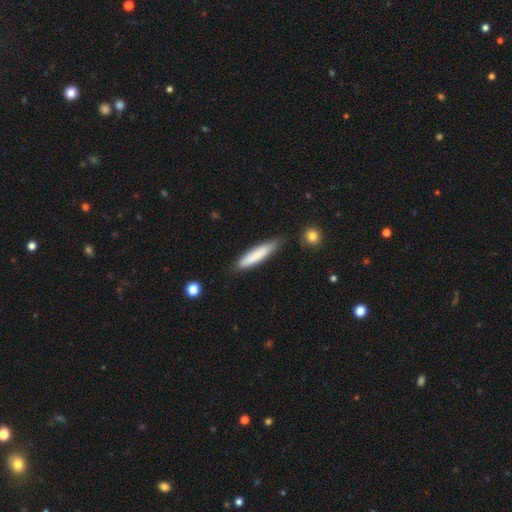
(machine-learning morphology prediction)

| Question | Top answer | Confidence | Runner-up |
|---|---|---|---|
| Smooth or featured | smooth | 80% | featured or disk (14%) |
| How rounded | cigar-shaped | 86% | in between (13%) |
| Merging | none | 79% | minor disturbance (16%) |